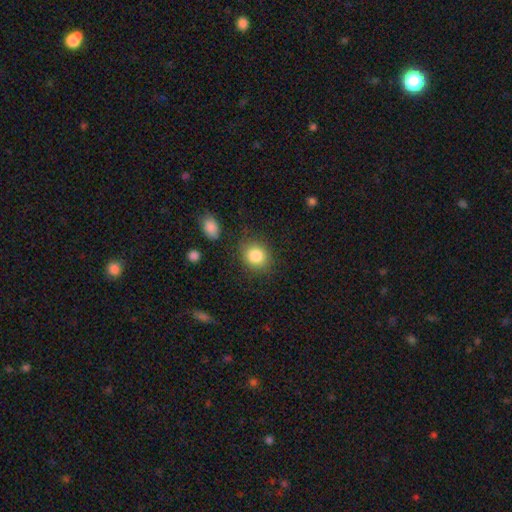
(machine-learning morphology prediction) smooth 84%, star or artifact 9%, featured or disk 6%. Down the decision tree: how rounded — round (72%); merging — none (81%).